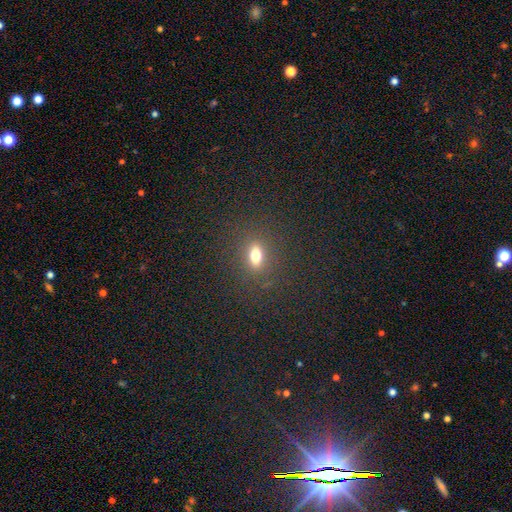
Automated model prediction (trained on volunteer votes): Smooth or featured?
  - smooth: 68% *
  - star or artifact: 18%
  - featured or disk: 14%
How rounded?
  - in between: 74% *
  - round: 16%
  - cigar-shaped: 10%
Merging?
  - none: 86% *
  - minor disturbance: 8%
  - major disturbance: 4%
  - merger: 1%